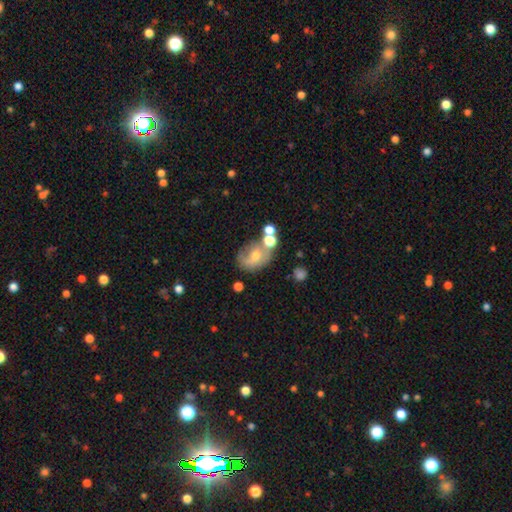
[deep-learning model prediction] Smooth or featured: smooth — 43% (featured or disk — 42%)
Merging: none — 46% (minor disturbance — 23%)